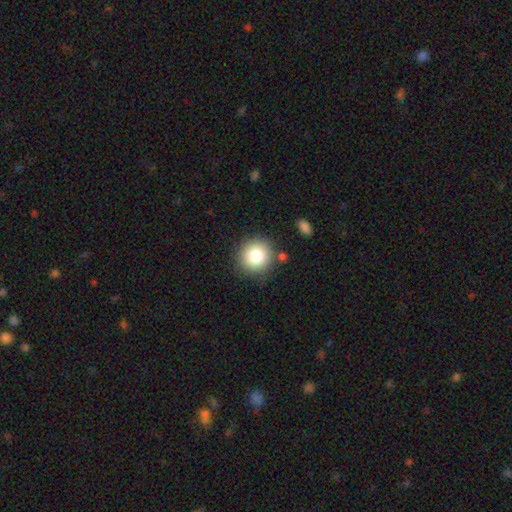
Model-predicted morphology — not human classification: The model was most divided on "smooth or featured": smooth: 84%, star or artifact: 9%, featured or disk: 7%. More confident: how rounded — round (92%); merging — none (84%).